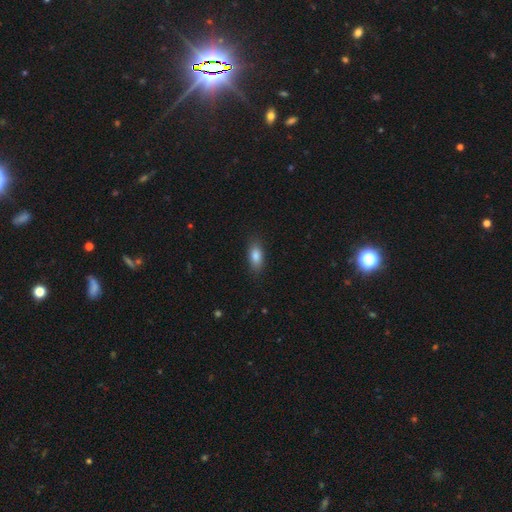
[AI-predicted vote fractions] A smooth galaxy with no disk features (84%) that is in between round and cigar-shaped (84%).

Vote fractions:
- Smooth or featured? smooth: 84% / featured or disk: 8% / star or artifact: 8%
- How rounded? in between: 84% / cigar-shaped: 12% / round: 4%
- Merging? none: 86% / minor disturbance: 10% / major disturbance: 3% / merger: 1%